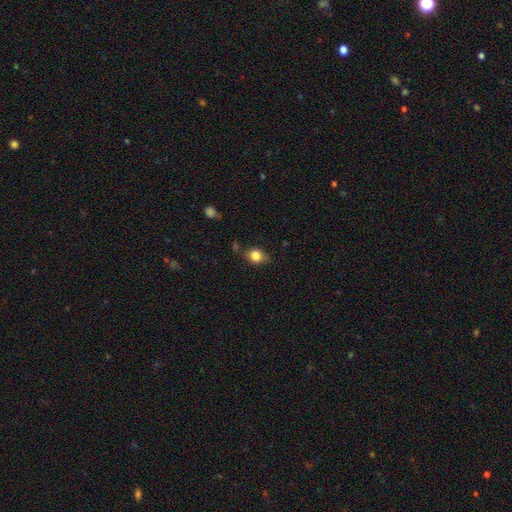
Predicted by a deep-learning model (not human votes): Smooth or featured? Predicted: smooth (p=0.80). How rounded? Predicted: round (p=0.51). Merging? Predicted: none (p=0.68).